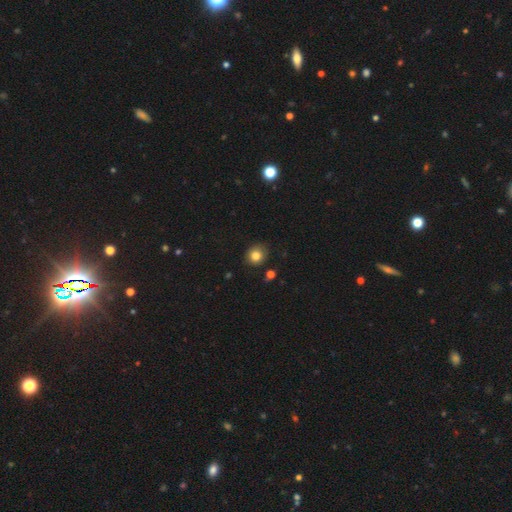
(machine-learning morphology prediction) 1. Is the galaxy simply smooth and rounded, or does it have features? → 81% smooth, 11% star or artifact, 8% featured or disk.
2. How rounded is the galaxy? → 78% round, 21% in between, 1% cigar-shaped.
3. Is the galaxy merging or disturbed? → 84% none, 12% minor disturbance, 2% major disturbance, 2% merger.